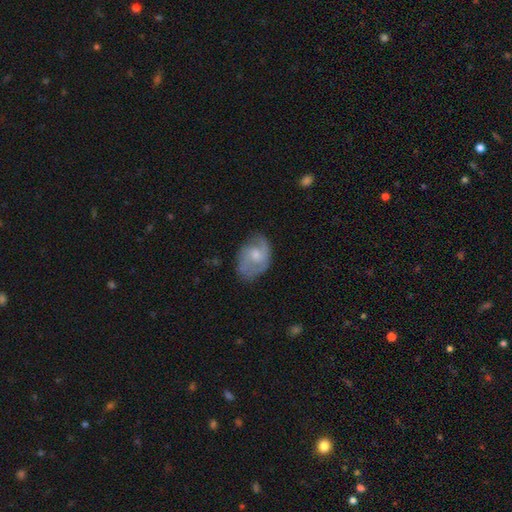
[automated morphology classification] Q: Smooth or featured?
A: featured or disk (65%); runner-up: smooth (29%)
Q: Edge-on disk?
A: no (97%); runner-up: yes (3%)
Q: Bar?
A: no (63%); runner-up: weak (33%)
Q: Spiral arms?
A: yes (85%); runner-up: no (15%)
Q: Spiral winding?
A: medium (47%); runner-up: tight (31%)
Q: Spiral arm count?
A: 2 (66%); runner-up: can't tell (17%)
Q: Bulge size?
A: moderate (49%); runner-up: small (40%)
Q: Merging?
A: none (65%); runner-up: minor disturbance (24%)